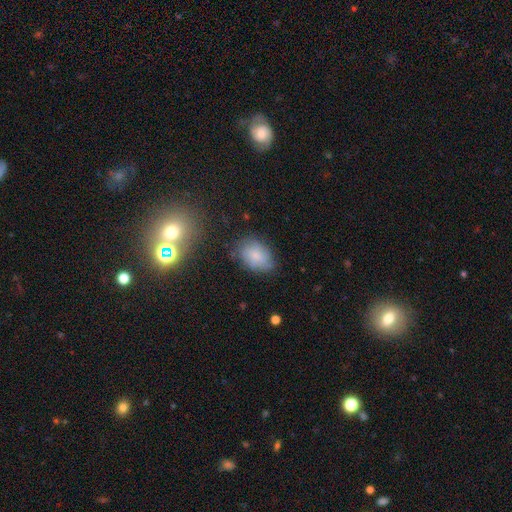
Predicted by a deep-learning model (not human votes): Smooth or featured: smooth — 70% (featured or disk — 21%)
How rounded: in between — 82% (round — 17%)
Merging: none — 71% (minor disturbance — 21%)